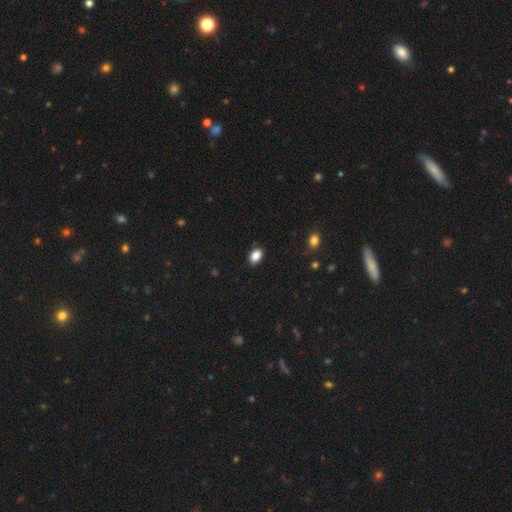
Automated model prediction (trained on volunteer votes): This is clearly a smooth galaxy (88%). How rounded: clearly in between (82%). Merging: clearly none (87%).